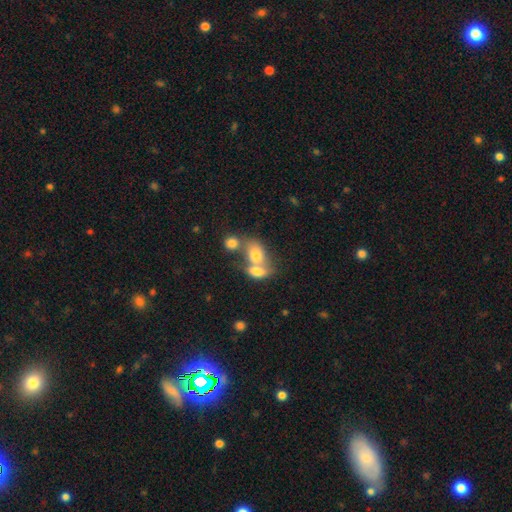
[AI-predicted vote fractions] smooth 73%, featured or disk 18%, star or artifact 9%. Down the decision tree: how rounded — in between (75%); merging — merger (66%).